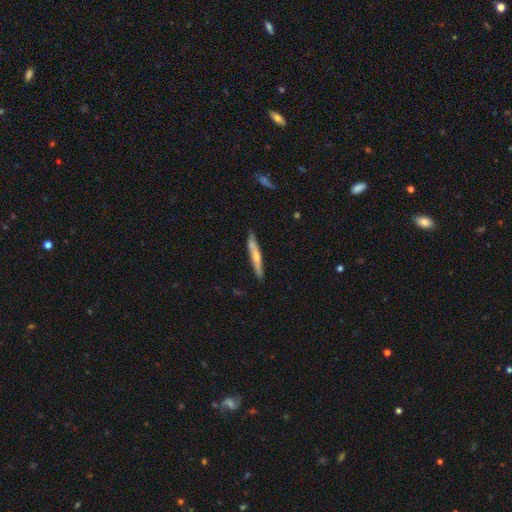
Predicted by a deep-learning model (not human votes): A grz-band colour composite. It shows a smooth galaxy with no disk features (52%) that is cigar-shaped (94%). Merging: none (83%).